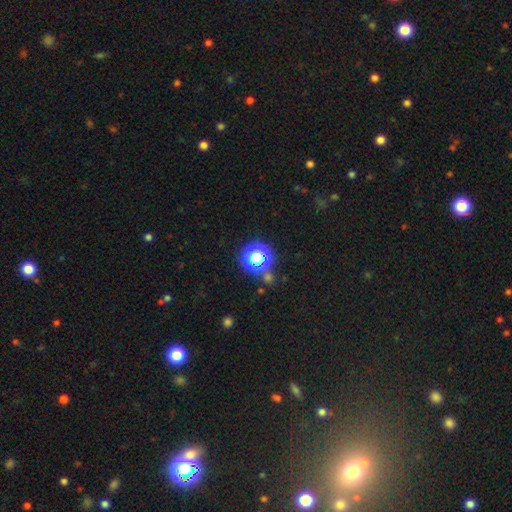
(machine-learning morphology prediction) This is likely a star or artifact rather than a galaxy (66%).